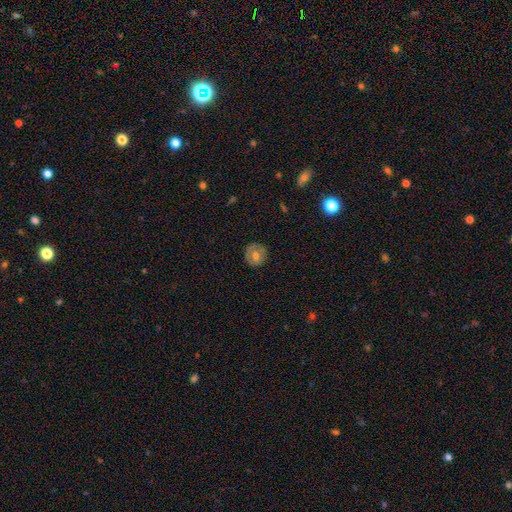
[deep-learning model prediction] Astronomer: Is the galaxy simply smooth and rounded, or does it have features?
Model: smooth — 56% (runner-up: featured or disk, 36%).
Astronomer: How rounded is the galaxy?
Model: round — 86%.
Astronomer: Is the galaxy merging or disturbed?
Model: none — 82%.